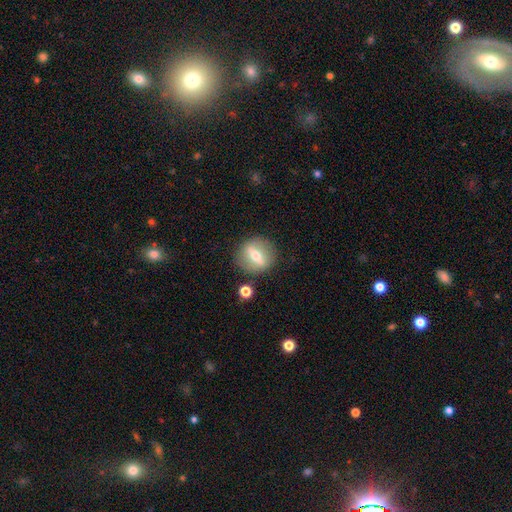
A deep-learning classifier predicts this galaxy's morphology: Overall: featured or disk (55%; smooth 37%). Edge-on disk: no (63%; yes 37%). Merging: none (86%).